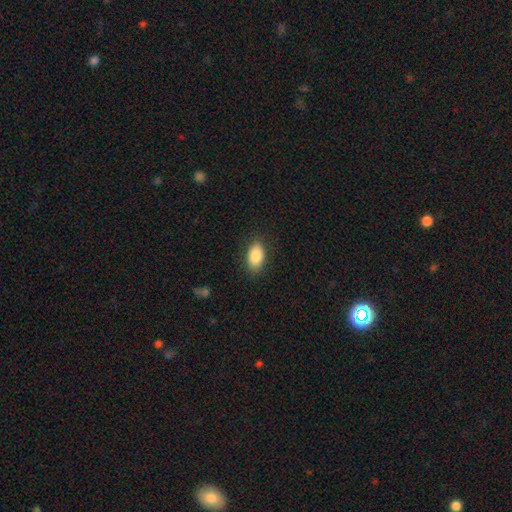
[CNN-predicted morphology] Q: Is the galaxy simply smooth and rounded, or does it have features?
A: smooth — 87%.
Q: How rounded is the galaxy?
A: in between — 92%.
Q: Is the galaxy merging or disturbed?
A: none — 87%.